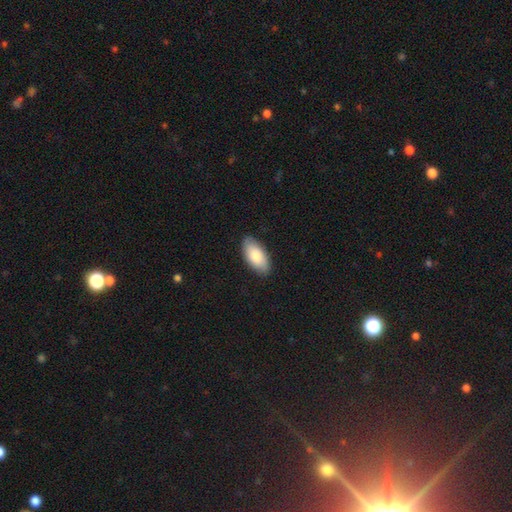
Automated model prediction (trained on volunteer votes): A smooth galaxy with no disk features (80%) that is in between round and cigar-shaped (93%).

Vote fractions:
- Smooth or featured? smooth: 80% / featured or disk: 14% / star or artifact: 5%
- How rounded? in between: 93% / cigar-shaped: 5% / round: 2%
- Merging? none: 85% / minor disturbance: 12% / major disturbance: 2% / merger: 1%